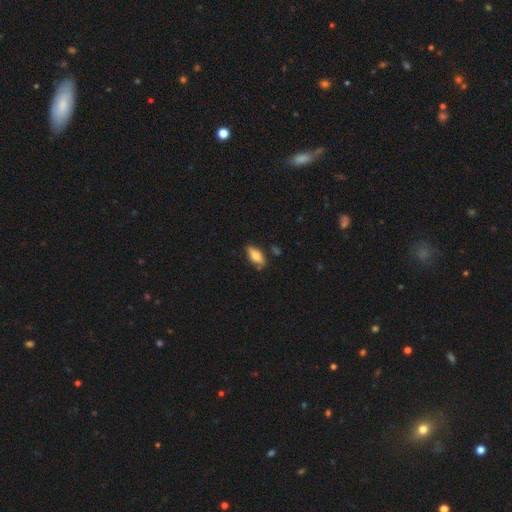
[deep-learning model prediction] Overall: smooth (72%). How rounded: in between (75%). Merging: none (80%).